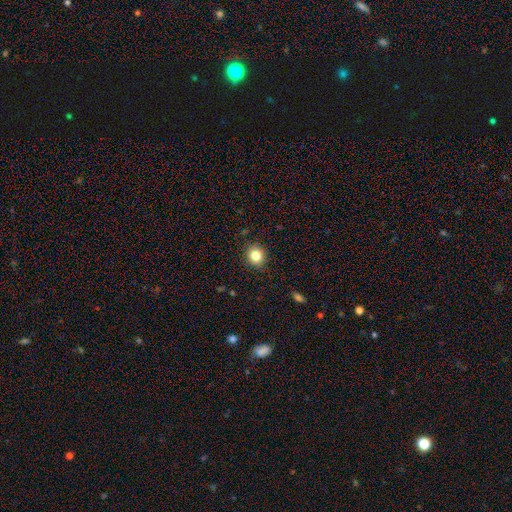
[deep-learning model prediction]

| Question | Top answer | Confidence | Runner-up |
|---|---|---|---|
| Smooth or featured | smooth | 82% | star or artifact (11%) |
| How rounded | round | 84% | in between (15%) |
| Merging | none | 89% | minor disturbance (8%) |